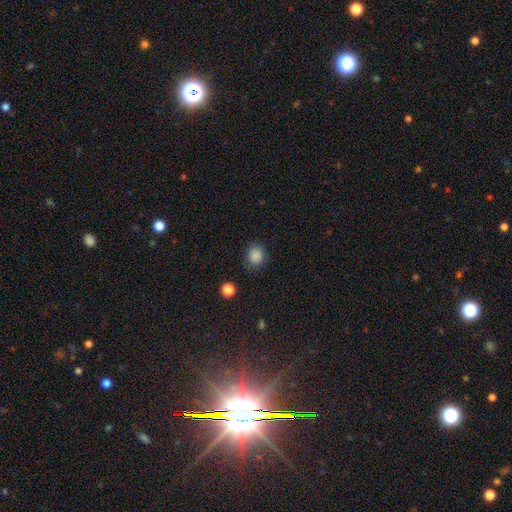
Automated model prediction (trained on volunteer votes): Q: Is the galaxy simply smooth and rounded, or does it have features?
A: smooth — 86%.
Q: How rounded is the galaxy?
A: round — 75%.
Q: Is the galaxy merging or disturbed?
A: none — 81%.